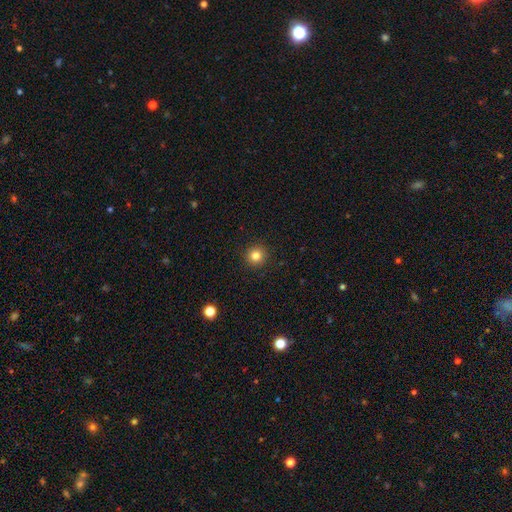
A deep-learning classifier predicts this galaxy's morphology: This is clearly a smooth galaxy (82%). How rounded: clearly round (95%). Merging: clearly none (93%).